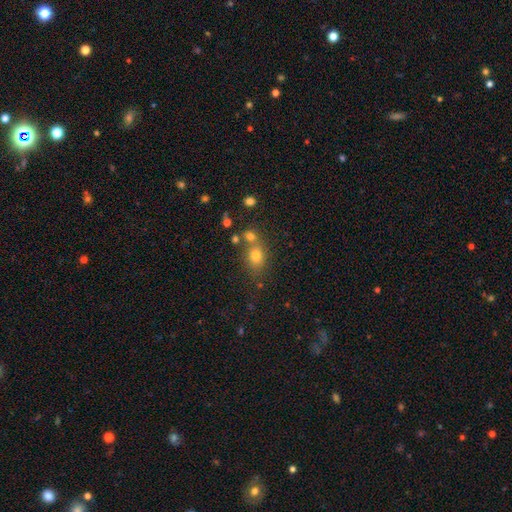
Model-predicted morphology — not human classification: A smooth galaxy with no disk features (73%) that is round (54%).

Vote fractions:
- Smooth or featured? smooth: 73% / star or artifact: 16% / featured or disk: 11%
- How rounded? round: 54% / in between: 44% / cigar-shaped: 1%
- Merging? none: 57% / merger: 27% / minor disturbance: 11% / major disturbance: 4%